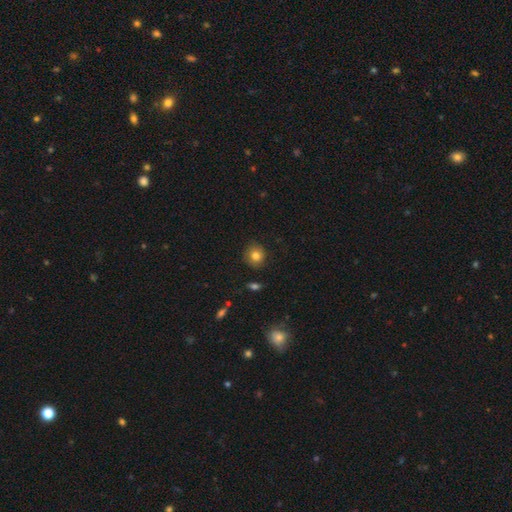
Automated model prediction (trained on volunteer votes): Smooth or featured?
  - smooth: 81% *
  - star or artifact: 11%
  - featured or disk: 9%
How rounded?
  - round: 85% *
  - in between: 14%
  - cigar-shaped: 1%
Merging?
  - none: 86% *
  - minor disturbance: 10%
  - major disturbance: 2%
  - merger: 1%